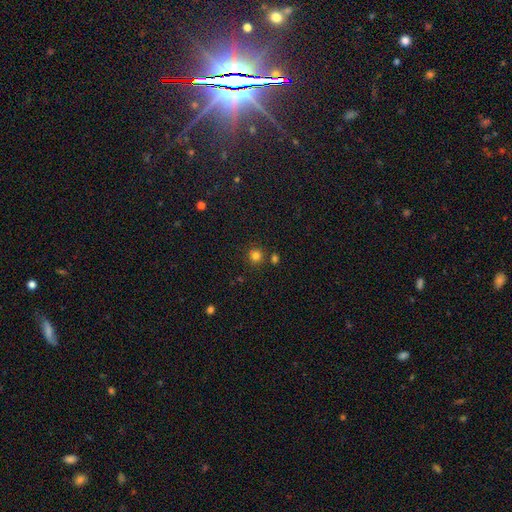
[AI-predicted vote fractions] Morphology: type=smooth (80%); roundness=round (92%); merging=none (81%).